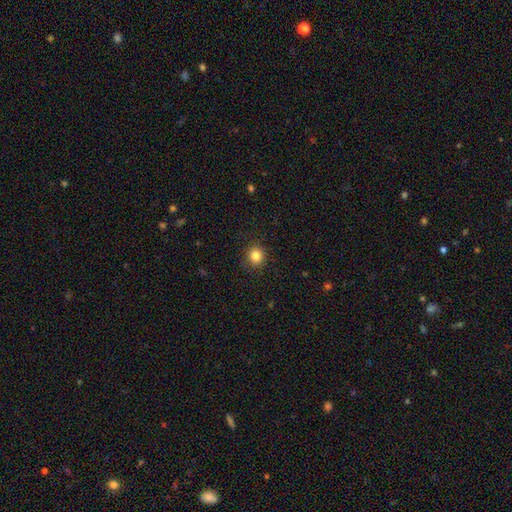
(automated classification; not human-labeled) A smooth galaxy with no disk features (84%) that is round (90%).

Vote fractions:
- Smooth or featured? smooth: 84% / star or artifact: 11% / featured or disk: 5%
- How rounded? round: 90% / in between: 9% / cigar-shaped: 1%
- Merging? none: 90% / minor disturbance: 7% / major disturbance: 2% / merger: 1%